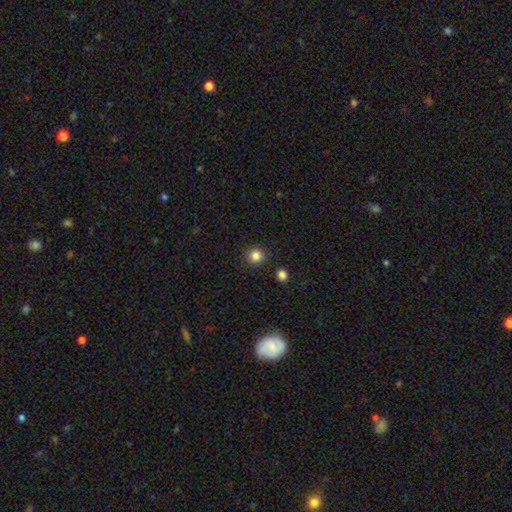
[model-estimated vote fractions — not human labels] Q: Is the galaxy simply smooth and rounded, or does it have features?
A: smooth — 85%.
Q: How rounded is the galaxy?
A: round — 94%.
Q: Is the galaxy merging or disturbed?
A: none — 91%.